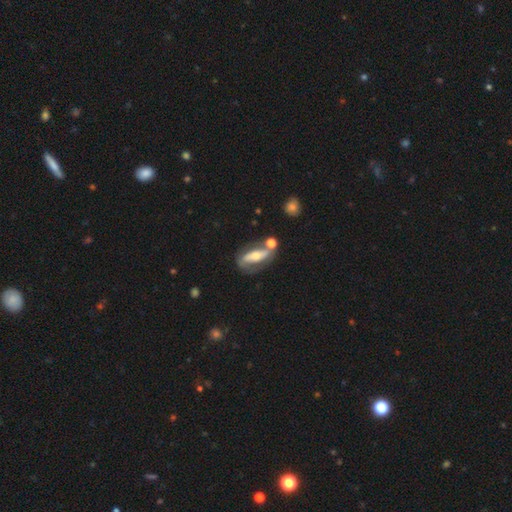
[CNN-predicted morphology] Q: Smooth or featured?
A: featured or disk (62%); runner-up: smooth (31%)
Q: Edge-on disk?
A: no (76%); runner-up: yes (24%)
Q: Merging?
A: none (54%); runner-up: merger (19%)